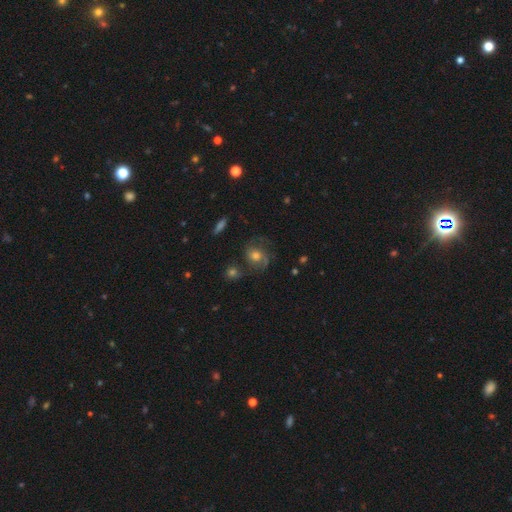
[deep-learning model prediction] Smooth or featured? featured or disk (69%)
Edge-on disk? no (97%)
Bar? no (69%)
Spiral arms? yes (93%)
Spiral winding? medium (52%)
Spiral arm count? 2 (70%)
Bulge size? moderate (58%)
Merging? none (67%)